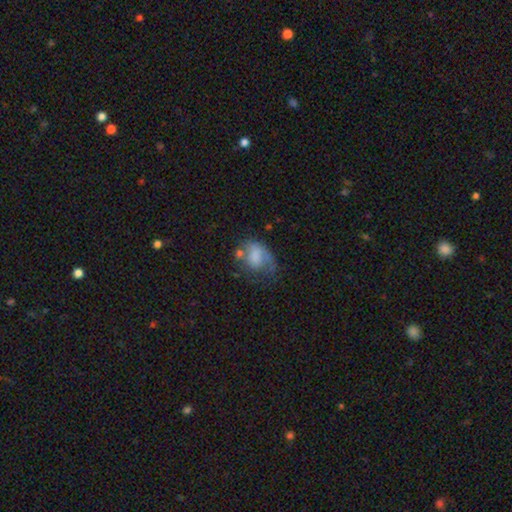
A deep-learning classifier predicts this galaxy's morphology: Q: Smooth or featured?
A: smooth (55%); runner-up: featured or disk (36%)
Q: How rounded?
A: in between (67%); runner-up: round (32%)
Q: Merging?
A: major disturbance (38%); runner-up: none (27%)